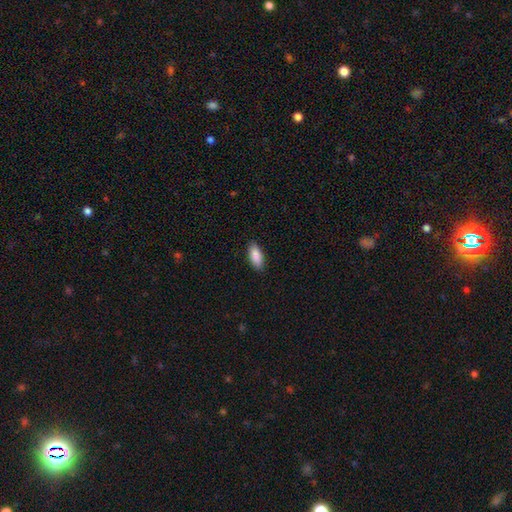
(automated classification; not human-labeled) A smooth galaxy with no disk features (90%) that is in between round and cigar-shaped (84%). Merging: none (88%).